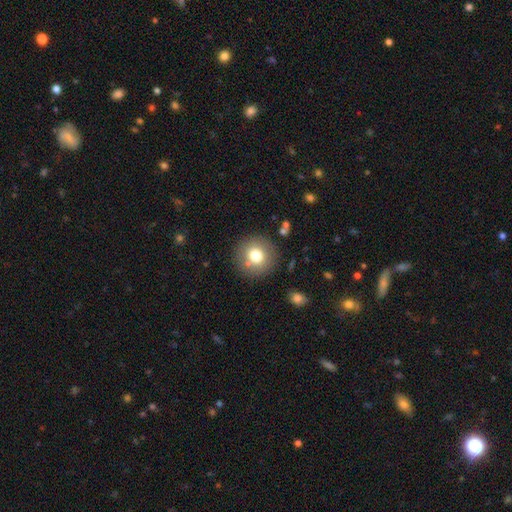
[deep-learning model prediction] The model was most divided on "smooth or featured": smooth: 75%, featured or disk: 14%, star or artifact: 11%. More confident: how rounded — round (94%); merging — none (85%).